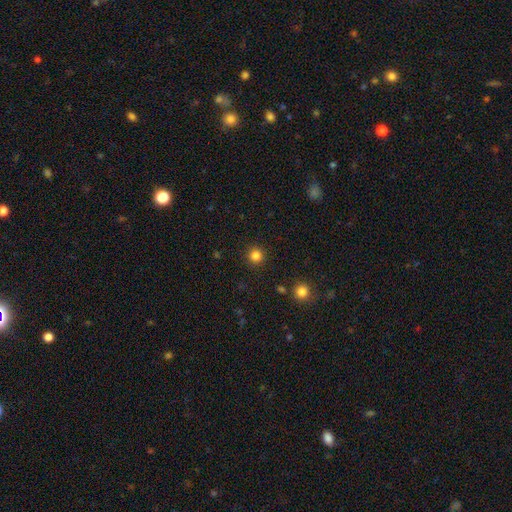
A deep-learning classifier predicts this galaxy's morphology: Q: Smooth or featured?
A: smooth (83%); runner-up: star or artifact (13%)
Q: How rounded?
A: round (95%); runner-up: in between (4%)
Q: Merging?
A: none (91%); runner-up: minor disturbance (5%)